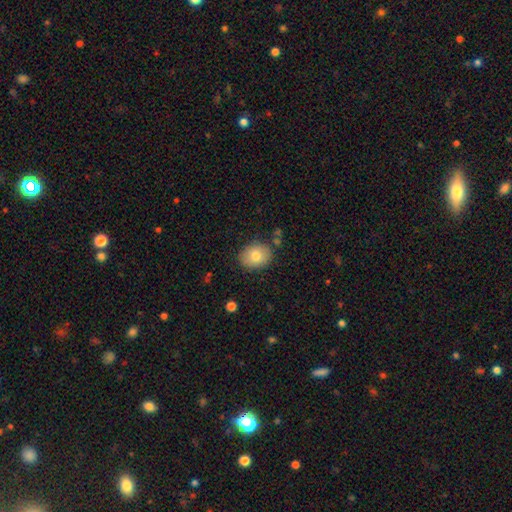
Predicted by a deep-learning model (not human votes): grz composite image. It shows a smooth galaxy with no disk features (78%) that is in between round and cigar-shaped (50%). Merging: none (83%).